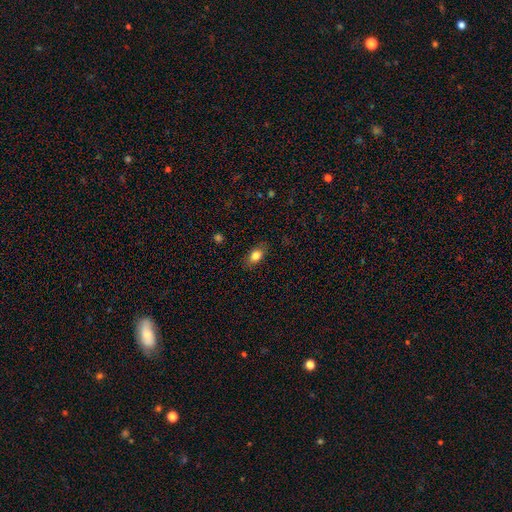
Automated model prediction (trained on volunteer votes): Smooth or featured: smooth — 82% (featured or disk — 10%)
How rounded: in between — 82% (round — 15%)
Merging: none — 83% (minor disturbance — 12%)